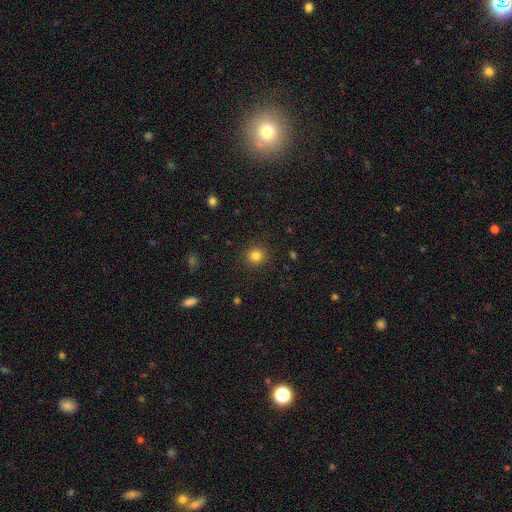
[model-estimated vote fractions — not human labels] smooth_or_featured: smooth (p=0.83) [alt: star or artifact p=0.12]
how_rounded: round (p=0.92) [alt: in between p=0.07]
merging: none (p=0.91) [alt: minor disturbance p=0.06]